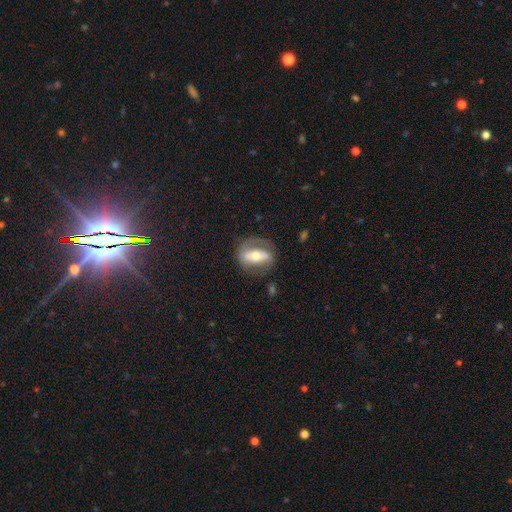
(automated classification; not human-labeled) Smooth or featured: featured or disk — 64% (smooth — 30%)
Edge-on disk: no — 83% (yes — 17%)
Bar: strong — 62% (no — 19%)
Spiral arms: yes — 55% (no — 45%)
Bulge size: moderate — 60% (small — 28%)
Merging: none — 68% (minor disturbance — 17%)